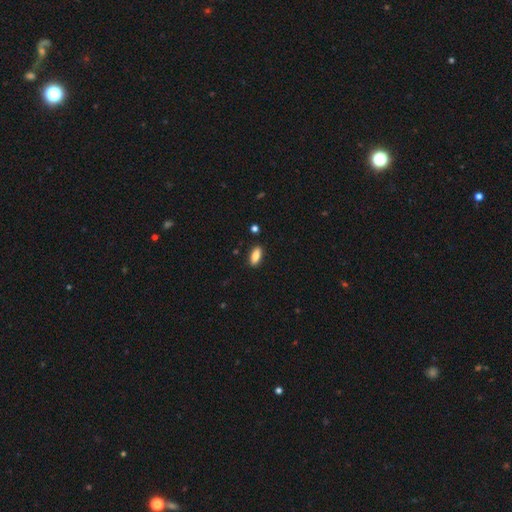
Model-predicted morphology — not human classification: This appears to be a smooth galaxy with no disk features (83%) that is in between round and cigar-shaped (80%). Merging: none (88%).